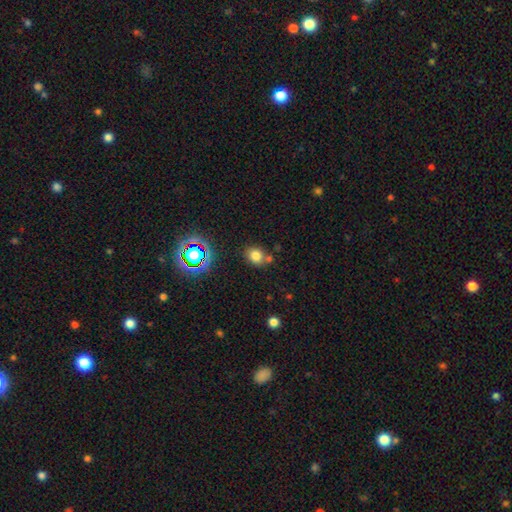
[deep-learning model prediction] Morphology: type=smooth (76%); roundness=round (65%); merging=none (68%).